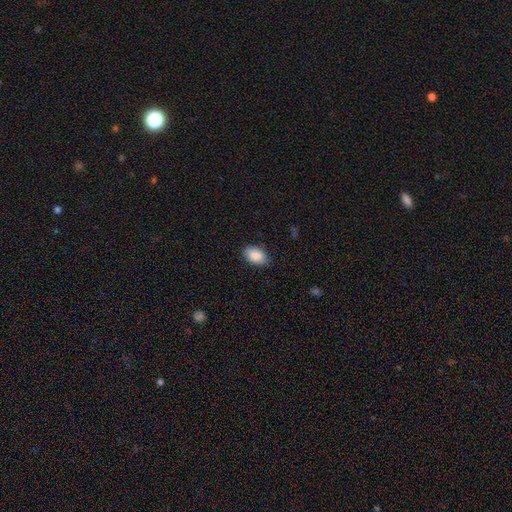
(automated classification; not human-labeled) This is clearly a smooth galaxy (88%). How rounded: clearly in between (91%). Merging: clearly none (86%).